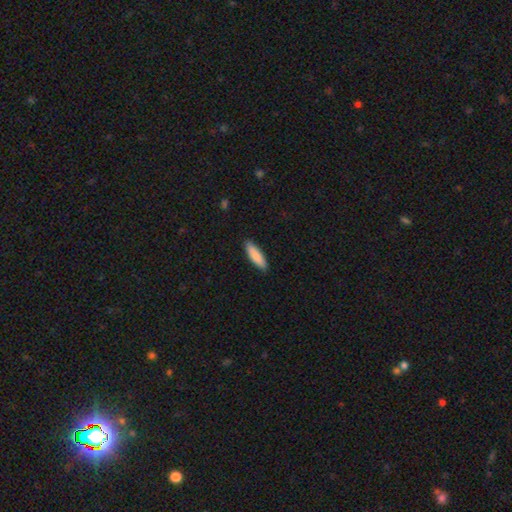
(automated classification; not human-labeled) Smooth or featured: smooth — 87% (featured or disk — 7%)
How rounded: cigar-shaped — 58% (in between — 40%)
Merging: none — 88% (minor disturbance — 9%)